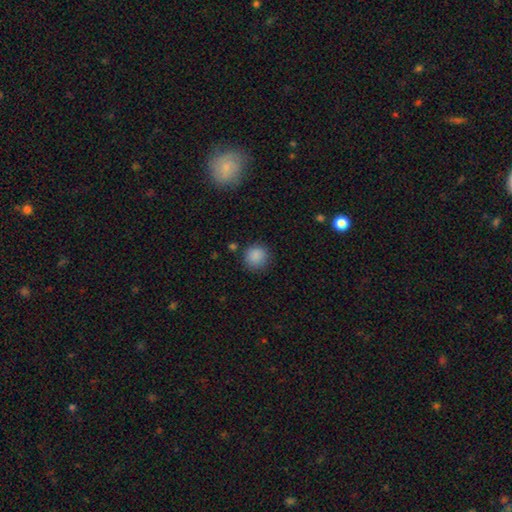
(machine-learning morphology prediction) A smooth galaxy with no disk features (88%) that is round (91%).

Vote fractions:
- Smooth or featured? smooth: 88% / star or artifact: 9% / featured or disk: 3%
- How rounded? round: 91% / in between: 8% / cigar-shaped: 1%
- Merging? none: 85% / minor disturbance: 10% / major disturbance: 3% / merger: 2%